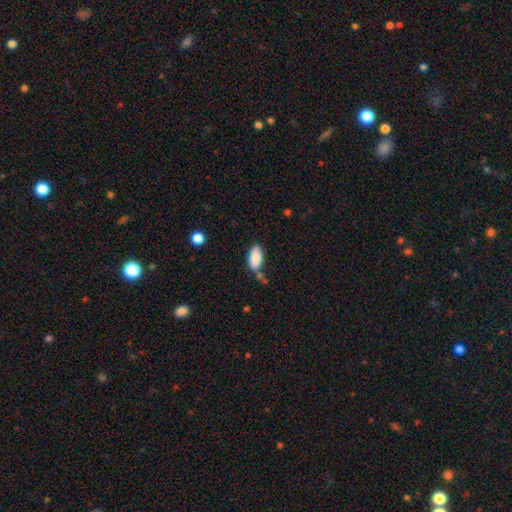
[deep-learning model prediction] This appears to be a smooth galaxy with no disk features (88%) that is in between round and cigar-shaped (94%). Merging: none (67%).